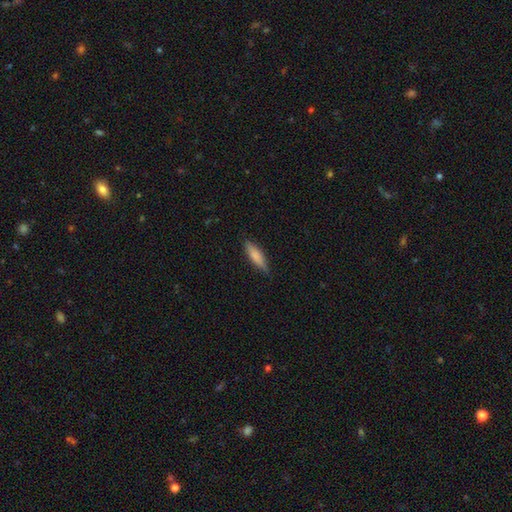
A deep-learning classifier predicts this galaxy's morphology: smooth-or-featured: smooth: 76% | featured or disk: 18% | star or artifact: 6%
  how-rounded: cigar-shaped: 63% | in between: 35% | round: 2%
  merging: none: 80% | minor disturbance: 16% | major disturbance: 3% | merger: 1%